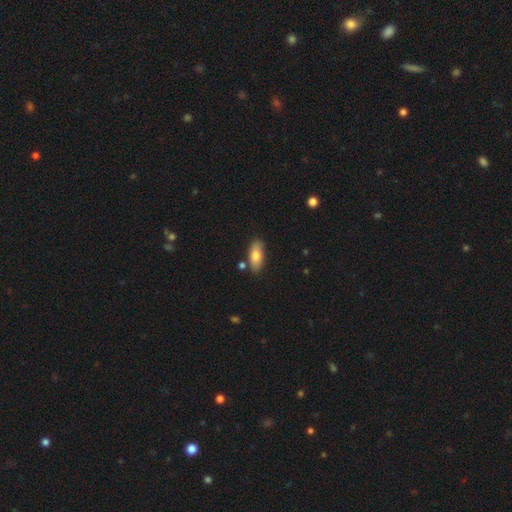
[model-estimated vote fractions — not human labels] smooth-or-featured: smooth: 80% | featured or disk: 13% | star or artifact: 7%
  how-rounded: in between: 83% | cigar-shaped: 14% | round: 3%
  merging: none: 81% | minor disturbance: 12% | merger: 5% | major disturbance: 2%